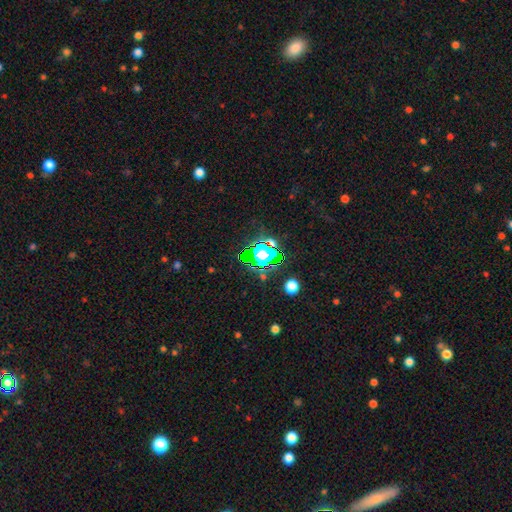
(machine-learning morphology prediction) This appears to be a star or artifact, not a galaxy (81%).